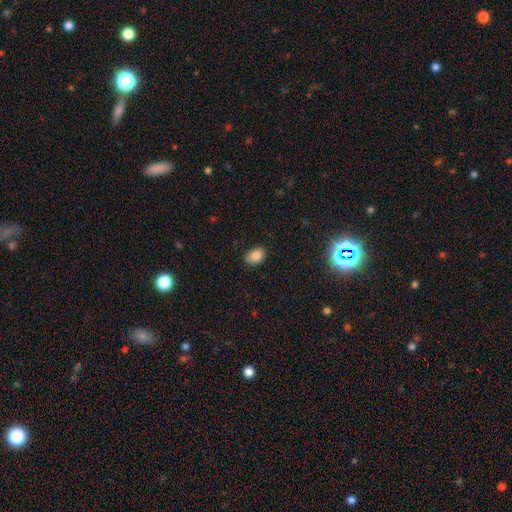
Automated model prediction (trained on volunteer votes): smooth 84%, star or artifact 10%, featured or disk 7%. Down the decision tree: how rounded — in between (78%); merging — none (81%).